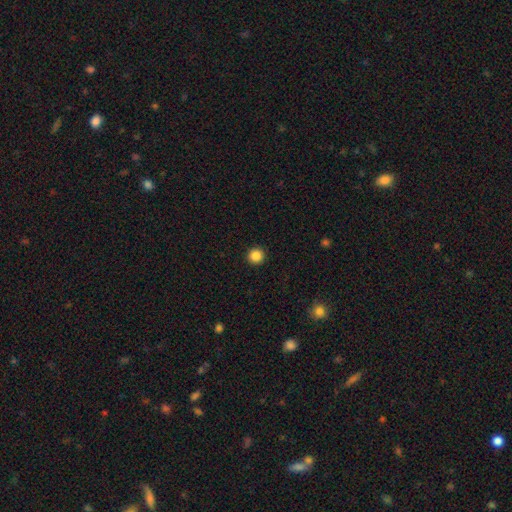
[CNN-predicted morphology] A smooth galaxy with no disk features (86%) that is round (96%).

Vote fractions:
- Smooth or featured? smooth: 86% / star or artifact: 11% / featured or disk: 3%
- How rounded? round: 96% / in between: 3% / cigar-shaped: 1%
- Merging? none: 94% / minor disturbance: 4% / major disturbance: 1% / merger: 1%